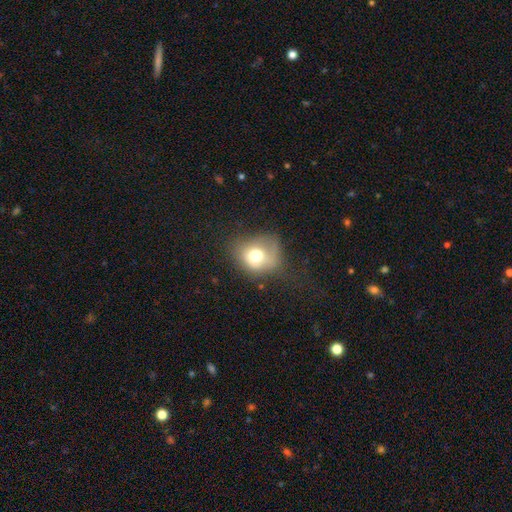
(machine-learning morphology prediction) smooth_or_featured: smooth (p=0.67) [alt: featured or disk p=0.22]
how_rounded: round (p=0.63) [alt: in between p=0.36]
merging: none (p=0.40) [alt: minor disturbance p=0.32]